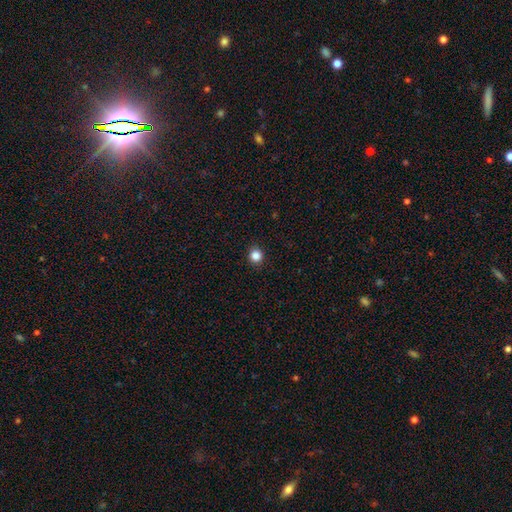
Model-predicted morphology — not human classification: Q: Smooth or featured?
A: smooth (85%); runner-up: star or artifact (11%)
Q: How rounded?
A: round (91%); runner-up: in between (8%)
Q: Merging?
A: none (92%); runner-up: minor disturbance (5%)